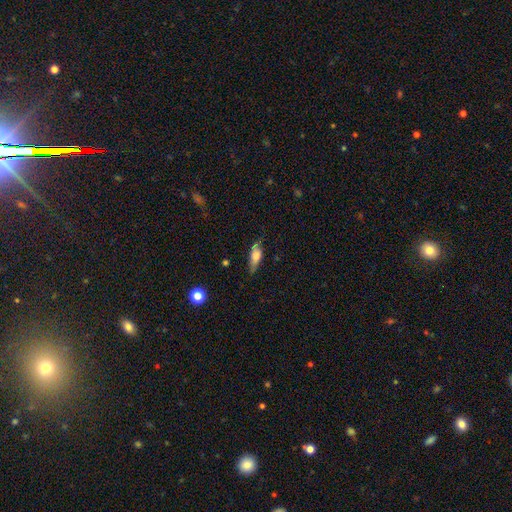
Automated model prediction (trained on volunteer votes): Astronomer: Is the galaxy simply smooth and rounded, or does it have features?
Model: smooth — 57% (runner-up: featured or disk, 36%).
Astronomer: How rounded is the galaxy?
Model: in between — 58% (runner-up: cigar-shaped, 39%).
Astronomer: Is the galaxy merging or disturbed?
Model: none — 67%.